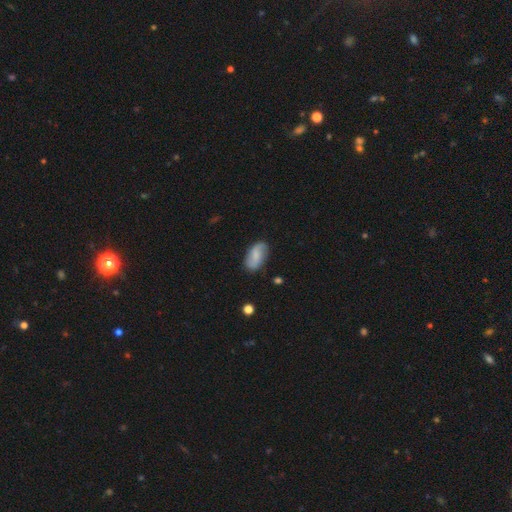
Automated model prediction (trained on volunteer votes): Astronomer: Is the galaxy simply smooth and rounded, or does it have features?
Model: smooth — 50% (runner-up: featured or disk, 43%).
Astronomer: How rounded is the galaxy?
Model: in between — 92%.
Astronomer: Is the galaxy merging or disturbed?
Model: none — 81%.